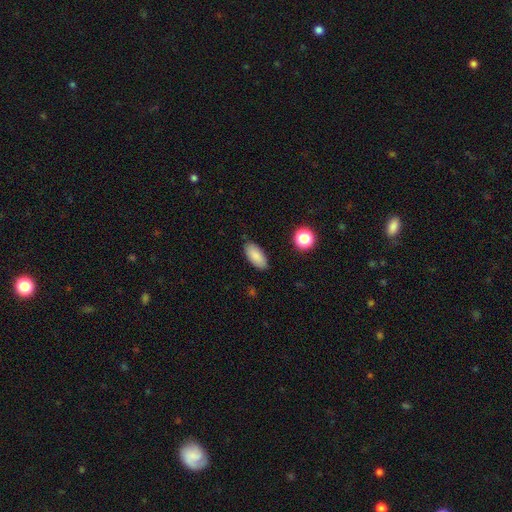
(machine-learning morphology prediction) type=smooth (87%); roundness=in between (89%); merging=none (86%).